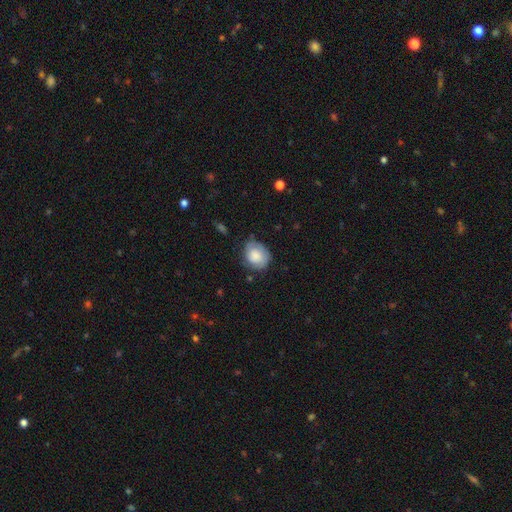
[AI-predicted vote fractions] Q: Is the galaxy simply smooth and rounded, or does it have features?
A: smooth — 75%.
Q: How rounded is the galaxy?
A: round — 60%.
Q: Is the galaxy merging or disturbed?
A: none — 64%.